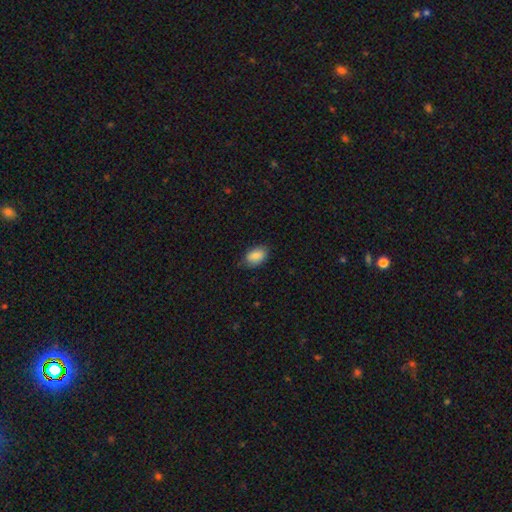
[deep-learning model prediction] Smooth or featured: smooth — 81% (featured or disk — 12%)
How rounded: in between — 87% (round — 12%)
Merging: none — 77% (minor disturbance — 19%)